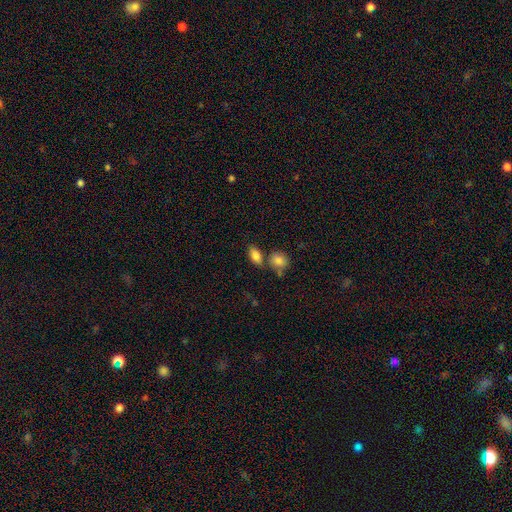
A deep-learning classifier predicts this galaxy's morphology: smooth-or-featured: smooth: 84% | star or artifact: 8% | featured or disk: 8%
  how-rounded: in between: 86% | round: 10% | cigar-shaped: 3%
  merging: none: 63% | merger: 21% | minor disturbance: 12% | major disturbance: 4%